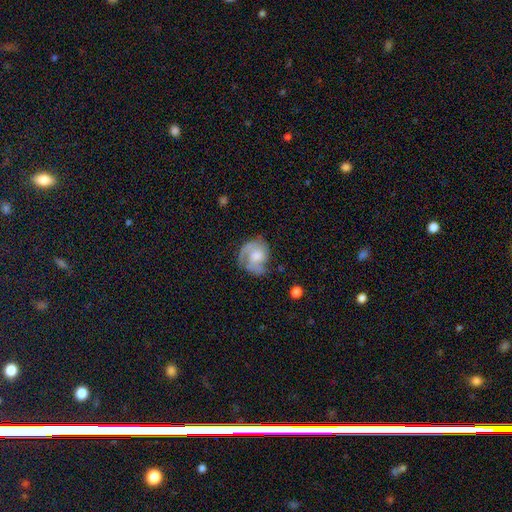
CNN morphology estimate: Smooth or featured?
  - featured or disk: 59% *
  - smooth: 34%
  - star or artifact: 7%
Edge-on disk?
  - no: 98% *
  - yes: 2%
Bar?
  - no: 74% *
  - weak: 22%
  - strong: 4%
Spiral arms?
  - yes: 78% *
  - no: 22%
Bulge size?
  - moderate: 45% *
  - small: 22%
  - large: 20%
  - none: 12%
  - dominant: 2%
Merging?
  - none: 49% *
  - minor disturbance: 27%
  - major disturbance: 21%
  - merger: 3%